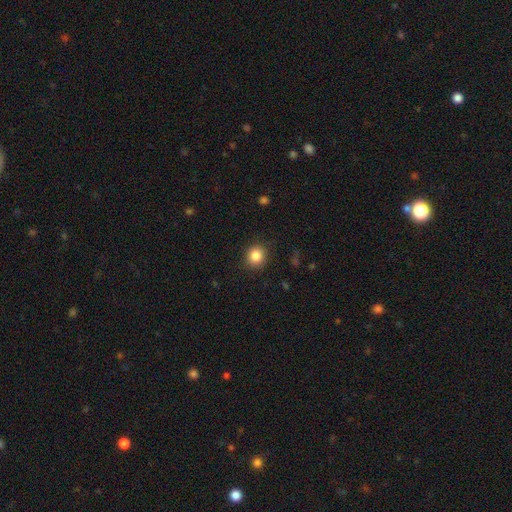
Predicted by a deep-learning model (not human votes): Smooth or featured: smooth — 84% (star or artifact — 11%)
How rounded: round — 84% (in between — 15%)
Merging: none — 89% (minor disturbance — 8%)